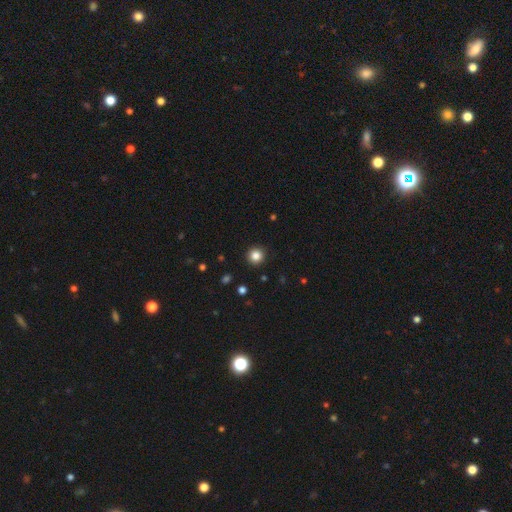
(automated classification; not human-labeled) A smooth galaxy with no disk features (84%) that is round (95%).

Vote fractions:
- Smooth or featured? smooth: 84% / star or artifact: 11% / featured or disk: 5%
- How rounded? round: 95% / in between: 4% / cigar-shaped: 1%
- Merging? none: 92% / minor disturbance: 5% / major disturbance: 2% / merger: 1%